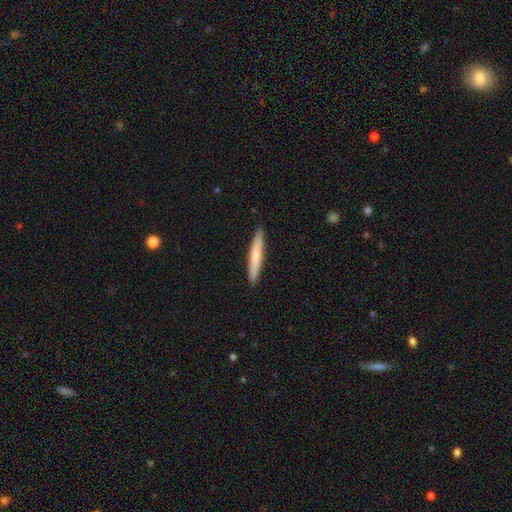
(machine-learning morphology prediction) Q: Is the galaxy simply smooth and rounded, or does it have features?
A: smooth — 63%.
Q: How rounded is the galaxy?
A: cigar-shaped — 95%.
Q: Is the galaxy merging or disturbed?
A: none — 92%.